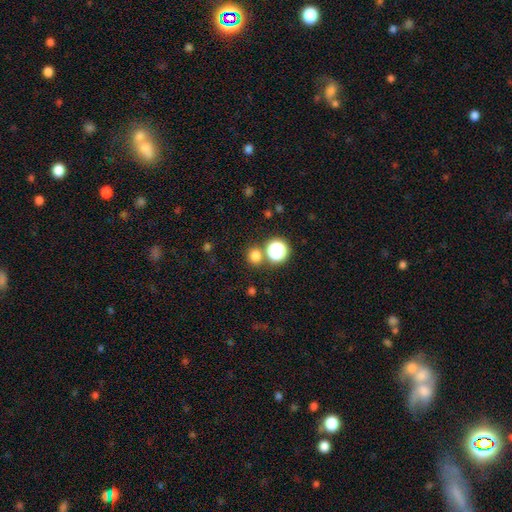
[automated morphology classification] Smooth or featured?
  - smooth: 75% *
  - star or artifact: 20%
  - featured or disk: 5%
How rounded?
  - round: 87% *
  - in between: 12%
  - cigar-shaped: 1%
Merging?
  - none: 75% *
  - merger: 15%
  - minor disturbance: 7%
  - major disturbance: 3%